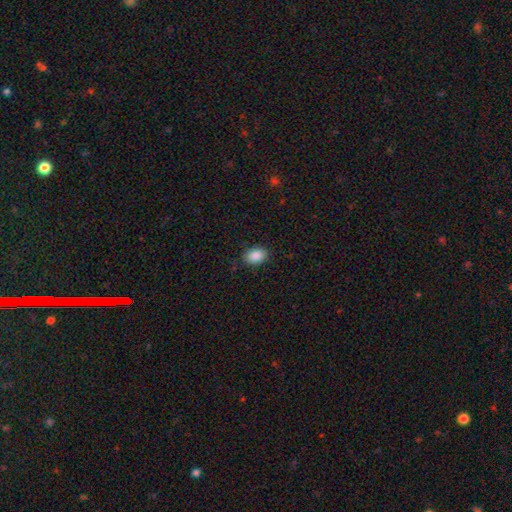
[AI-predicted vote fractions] Smooth or featured? smooth (89%)
How rounded? in between (82%)
Merging? none (86%)